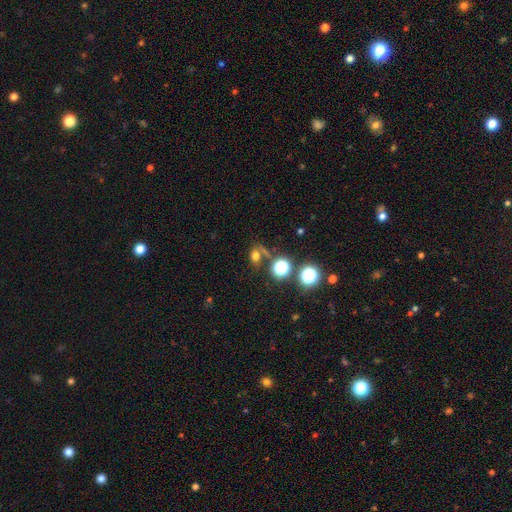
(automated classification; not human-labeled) A smooth galaxy with no disk features (61%) that is in between round and cigar-shaped (50%). Merging: none (54%).